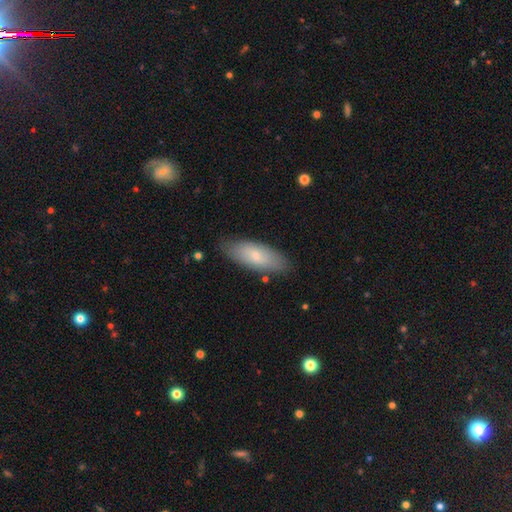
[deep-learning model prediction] Q: Smooth or featured?
A: smooth (71%); runner-up: featured or disk (23%)
Q: How rounded?
A: in between (74%); runner-up: cigar-shaped (24%)
Q: Merging?
A: none (83%); runner-up: minor disturbance (13%)